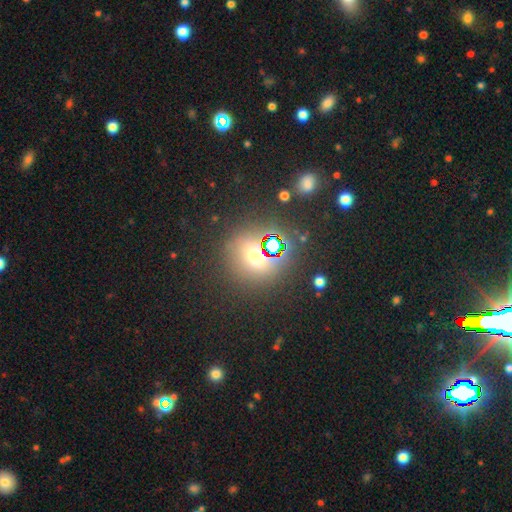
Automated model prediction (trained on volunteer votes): Morphology: type=smooth (50%); merging=none (77%).